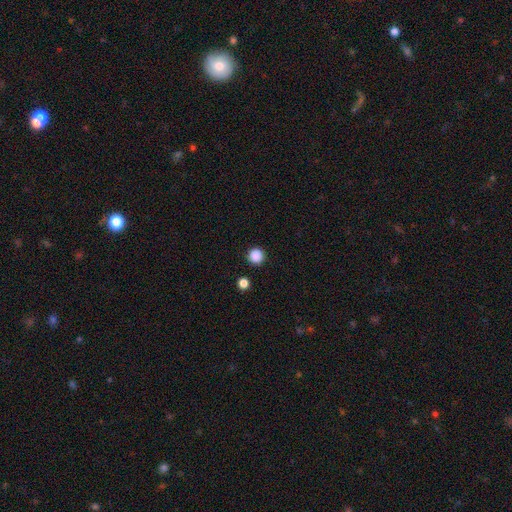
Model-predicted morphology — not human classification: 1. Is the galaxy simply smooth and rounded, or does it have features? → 87% smooth, 11% star or artifact, 2% featured or disk.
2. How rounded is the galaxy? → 96% round, 3% in between, 1% cigar-shaped.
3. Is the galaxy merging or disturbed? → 91% none, 5% minor disturbance, 2% merger, 2% major disturbance.